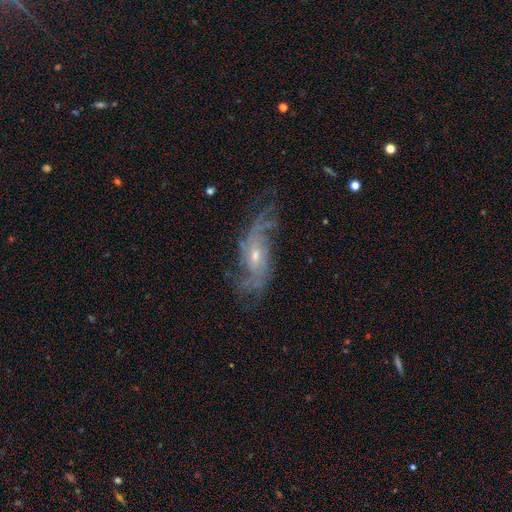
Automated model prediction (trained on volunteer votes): smooth-or-featured: featured or disk: 82% | smooth: 10% | star or artifact: 8%
  disk-edge-on: no: 89% | yes: 11%
    bar: no: 60% | weak: 33% | strong: 8%
    has-spiral-arms: yes: 92% | no: 8%
      spiral-winding: medium: 40% | tight: 33% | loose: 27%
      spiral-arm-count: can't tell: 35% | 2: 26% | 3: 15% | 4: 11% | more than 4: 6% | 1: 5%
    bulge-size: small: 59% | moderate: 37% | none: 2% | large: 1% | dominant: 1%
  merging: none: 64% | minor disturbance: 21% | major disturbance: 13% | merger: 2%